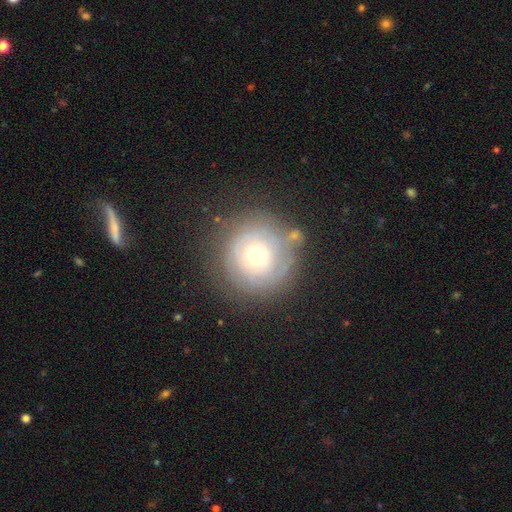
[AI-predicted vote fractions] Smooth or featured?
  - featured or disk: 47% *
  - smooth: 42%
  - star or artifact: 10%
Merging?
  - none: 72% *
  - minor disturbance: 16%
  - major disturbance: 8%
  - merger: 4%